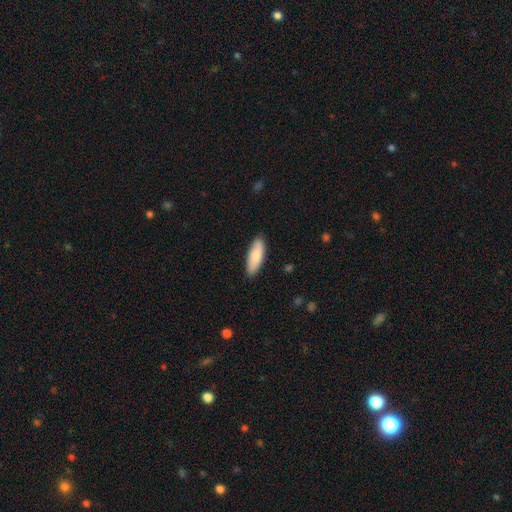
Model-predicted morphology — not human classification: A smooth galaxy with no disk features (83%) that is in between round and cigar-shaped (62%). Merging: none (85%).